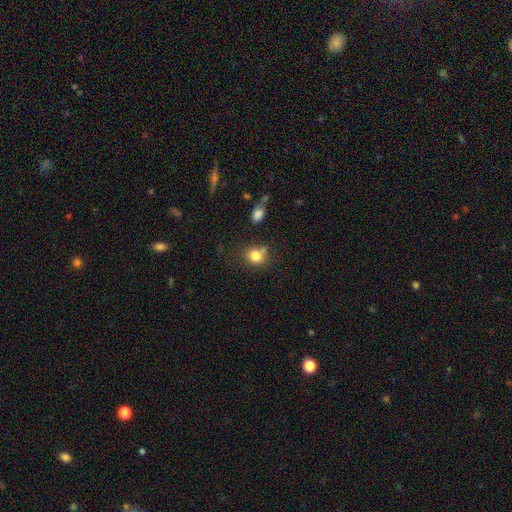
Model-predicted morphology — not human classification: Smooth or featured?
  - smooth: 81% *
  - star or artifact: 11%
  - featured or disk: 8%
How rounded?
  - round: 73% *
  - in between: 26%
  - cigar-shaped: 1%
Merging?
  - none: 61% *
  - minor disturbance: 20%
  - merger: 13%
  - major disturbance: 7%